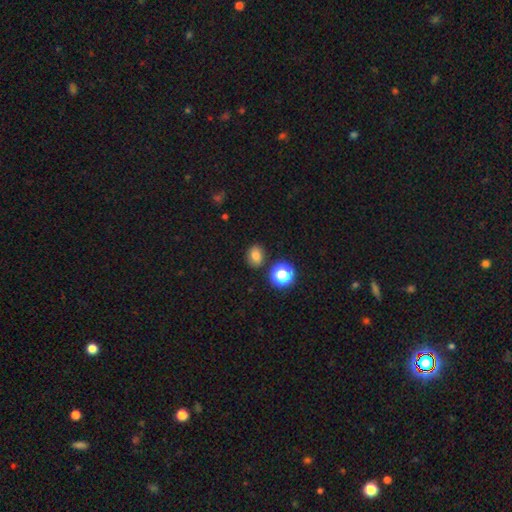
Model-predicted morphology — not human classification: Overall: smooth (77%). How rounded: in between (51%; round 48%). Merging: none (83%).